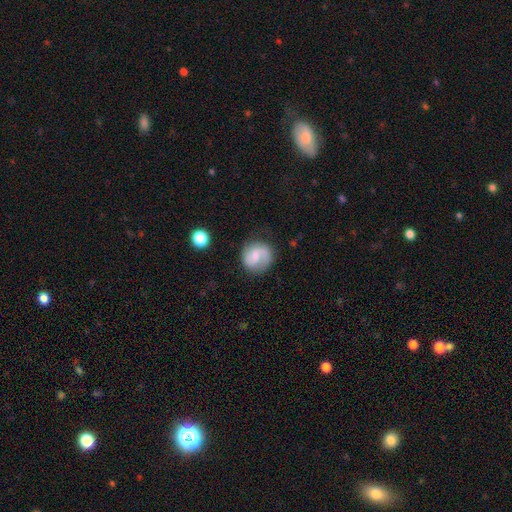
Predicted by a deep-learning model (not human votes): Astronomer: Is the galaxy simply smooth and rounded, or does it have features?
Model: featured or disk — 62%.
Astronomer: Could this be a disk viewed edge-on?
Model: no — 98%.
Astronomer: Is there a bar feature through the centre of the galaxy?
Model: weak — 53% (runner-up: no, 34%).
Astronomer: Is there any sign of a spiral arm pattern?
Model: yes — 91%.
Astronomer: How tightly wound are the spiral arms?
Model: medium — 46% (runner-up: loose, 30%).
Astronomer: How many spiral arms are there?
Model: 2 — 72%.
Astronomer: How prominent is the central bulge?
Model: small — 45% (runner-up: moderate, 34%).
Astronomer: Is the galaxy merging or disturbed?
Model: none — 73%.